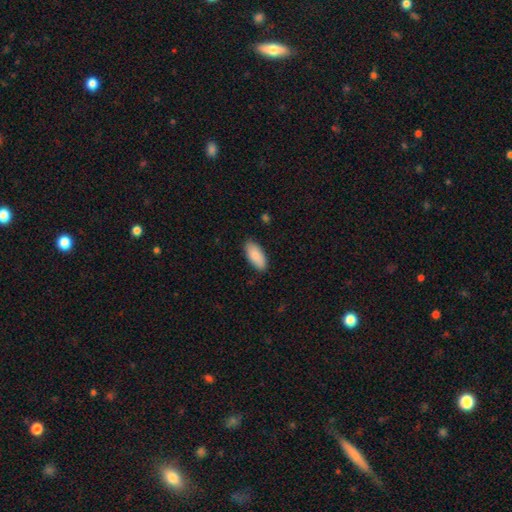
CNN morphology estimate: This appears to be a smooth galaxy with no disk features (87%) that is in between round and cigar-shaped (89%). Merging: none (87%).